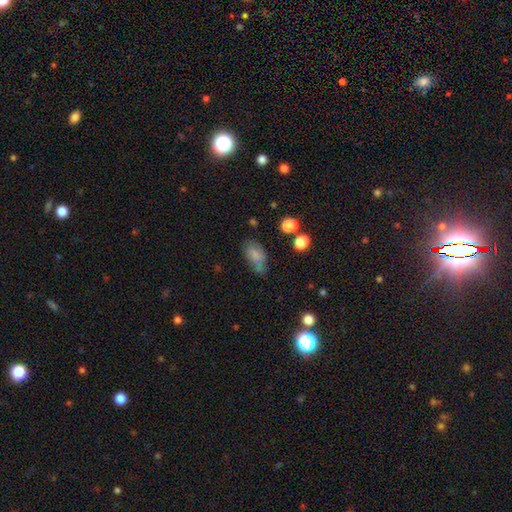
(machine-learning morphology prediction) A smooth galaxy with no disk features (77%) that is in between round and cigar-shaped (89%).

Vote fractions:
- Smooth or featured? smooth: 77% / featured or disk: 13% / star or artifact: 10%
- How rounded? in between: 89% / cigar-shaped: 6% / round: 5%
- Merging? none: 52% / minor disturbance: 32% / major disturbance: 11% / merger: 5%